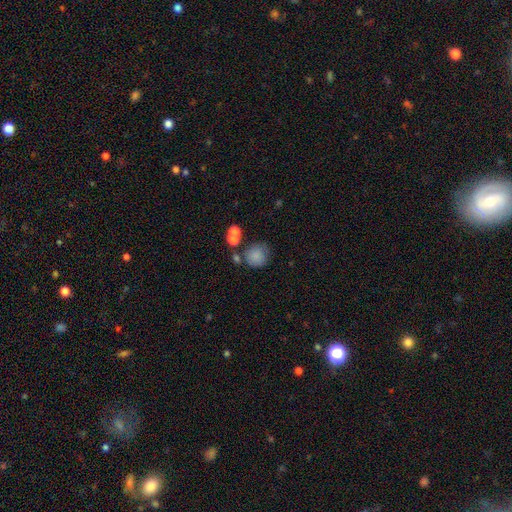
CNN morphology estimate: A smooth galaxy with no disk features (80%) that is round (87%).

Vote fractions:
- Smooth or featured? smooth: 80% / star or artifact: 11% / featured or disk: 9%
- How rounded? round: 87% / in between: 12% / cigar-shaped: 1%
- Merging? none: 62% / minor disturbance: 17% / merger: 14% / major disturbance: 7%